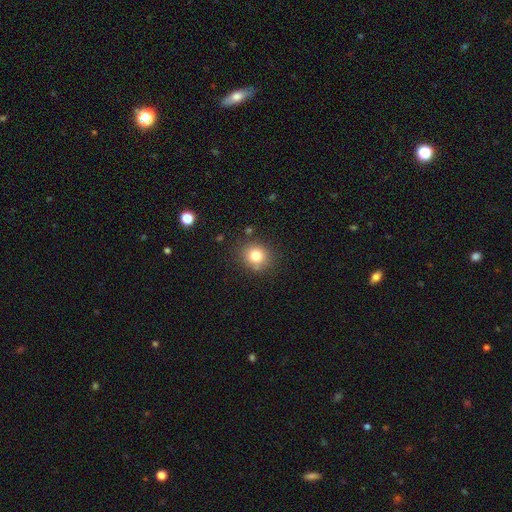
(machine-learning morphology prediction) The model was most divided on "how rounded": round: 79%, in between: 20%, cigar-shaped: 1%. More confident: merging — none (83%); smooth or featured — smooth (80%).